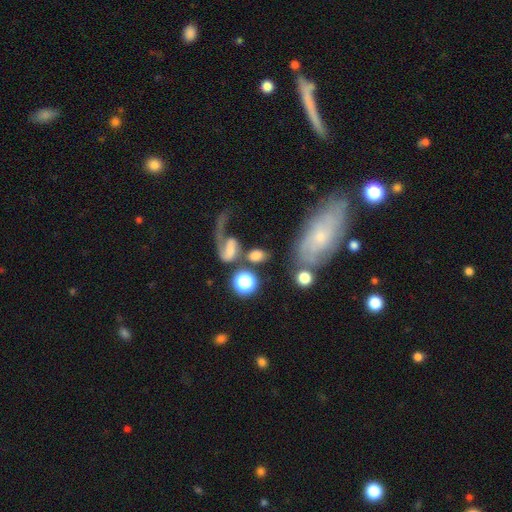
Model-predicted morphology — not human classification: type=smooth (57%); roundness=in between (63%); merging=none (36%).